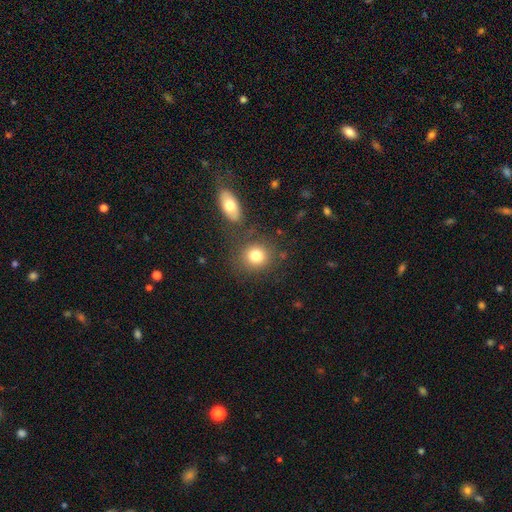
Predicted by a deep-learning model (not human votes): This is clearly a smooth galaxy (81%). How rounded: likely round (77%). Merging: likely none (75%).